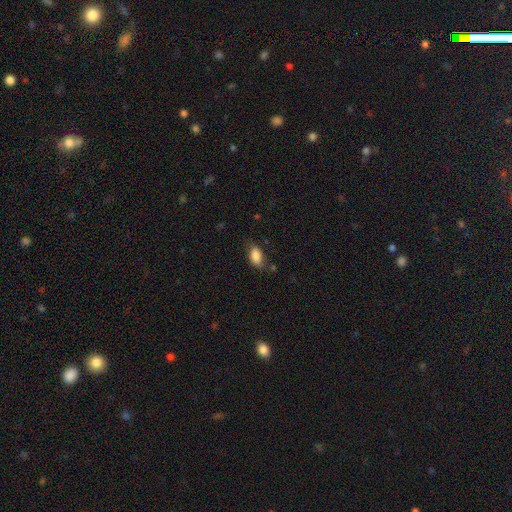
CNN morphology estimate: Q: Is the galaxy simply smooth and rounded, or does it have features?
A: smooth — 86%.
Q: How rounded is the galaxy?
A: in between — 91%.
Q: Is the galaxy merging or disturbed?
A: none — 68%.